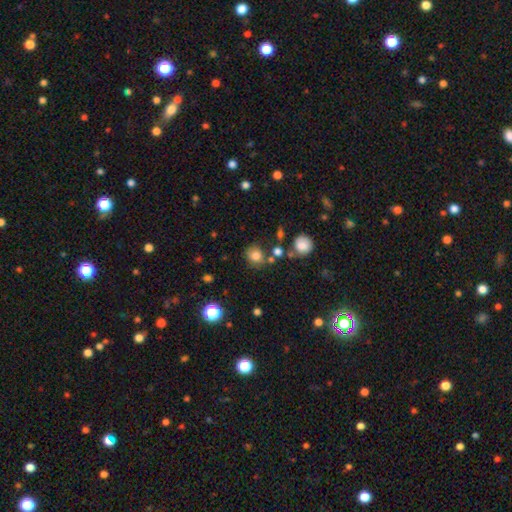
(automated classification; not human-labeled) Smooth or featured: smooth — 79% (star or artifact — 14%)
How rounded: round — 82% (in between — 17%)
Merging: none — 74% (minor disturbance — 13%)